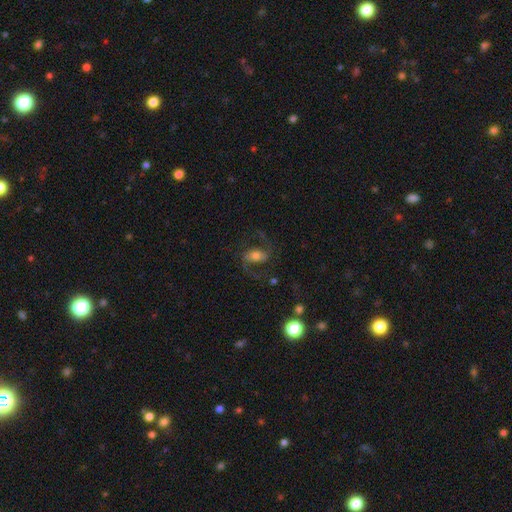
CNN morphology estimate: smooth-or-featured: featured or disk: 76% | smooth: 16% | star or artifact: 8%
  disk-edge-on: no: 97% | yes: 3%
    bar: weak: 36% | strong: 32% | no: 31%
    has-spiral-arms: yes: 94% | no: 6%
      spiral-winding: loose: 47% | medium: 45% | tight: 8%
      spiral-arm-count: 2: 92% | 1: 3% | can't tell: 2% | 3: 1% | 4: 1% | more than 4: 1%
    bulge-size: moderate: 58% | small: 26% | large: 12% | dominant: 2% | none: 2%
  merging: none: 69% | major disturbance: 16% | minor disturbance: 13% | merger: 2%